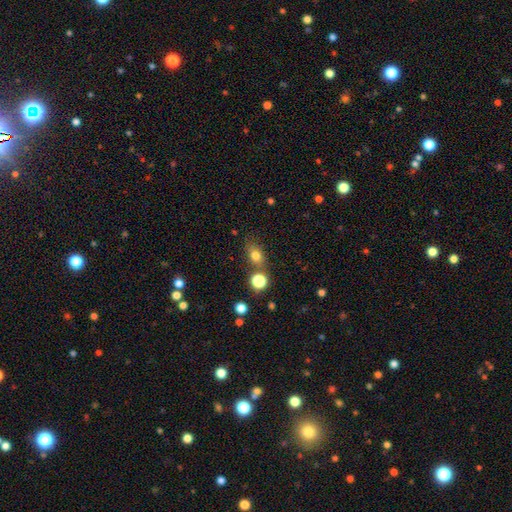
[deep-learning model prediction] This appears to be a smooth galaxy with no disk features (77%) that is in between round and cigar-shaped (61%). Merging: none (68%).